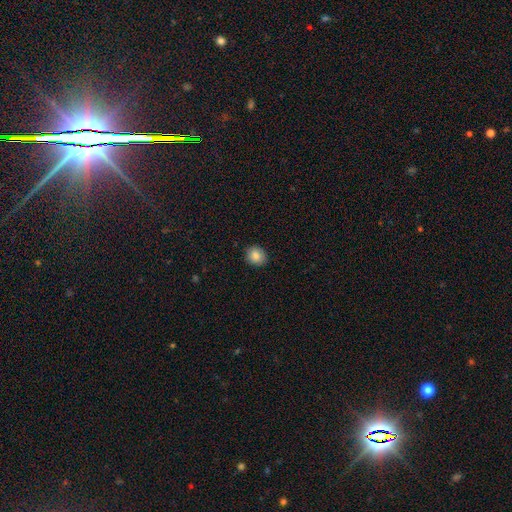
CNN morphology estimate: type=smooth (85%); roundness=round (79%); merging=none (90%).